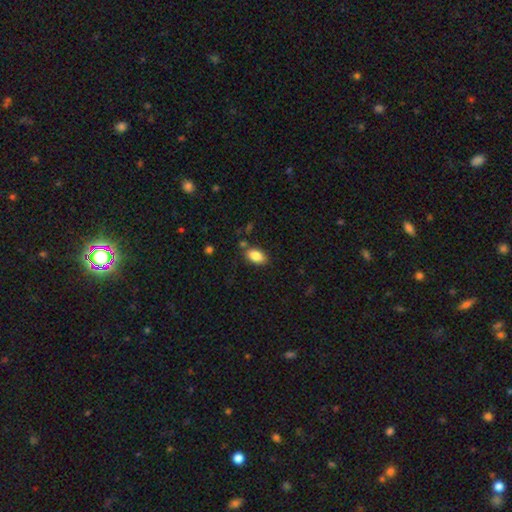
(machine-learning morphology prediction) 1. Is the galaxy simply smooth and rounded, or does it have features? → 86% smooth, 8% star or artifact, 6% featured or disk.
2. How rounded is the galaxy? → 92% in between, 6% round, 3% cigar-shaped.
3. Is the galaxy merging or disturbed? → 79% none, 13% minor disturbance, 5% merger, 3% major disturbance.